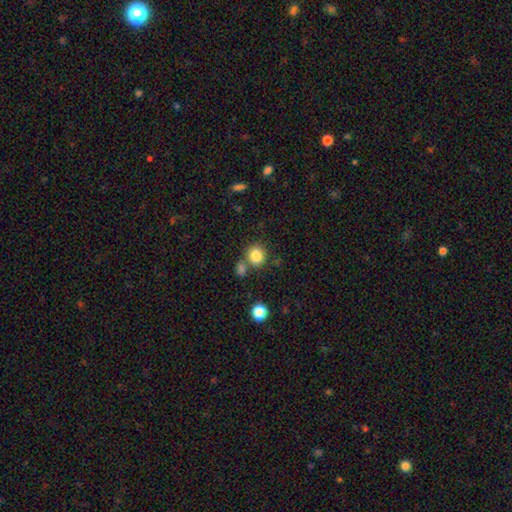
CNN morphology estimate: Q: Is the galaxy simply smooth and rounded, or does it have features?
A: smooth — 84%.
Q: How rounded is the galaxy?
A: round — 79%.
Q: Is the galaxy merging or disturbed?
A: none — 65%.